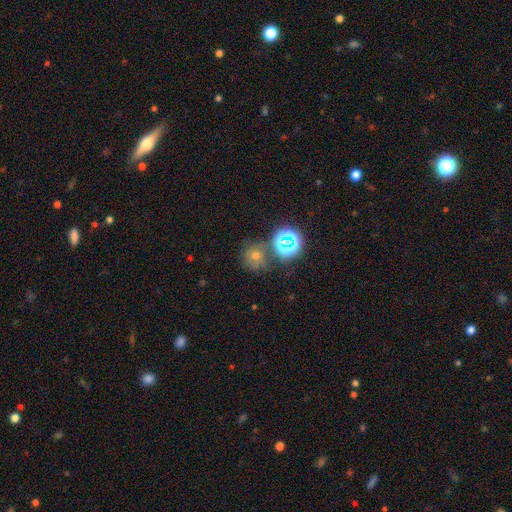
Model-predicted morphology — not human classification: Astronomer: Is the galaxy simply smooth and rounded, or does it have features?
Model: star or artifact — 47% (runner-up: smooth, 38%).